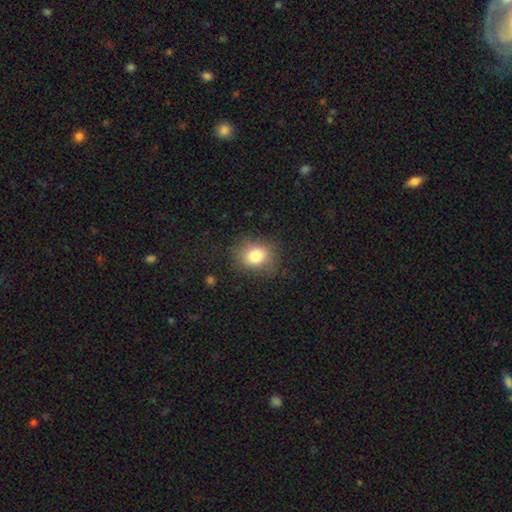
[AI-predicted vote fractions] A smooth galaxy with no disk features (81%) that is round (64%).

Vote fractions:
- Smooth or featured? smooth: 81% / star or artifact: 11% / featured or disk: 8%
- How rounded? round: 64% / in between: 35% / cigar-shaped: 1%
- Merging? none: 81% / minor disturbance: 13% / major disturbance: 5% / merger: 1%